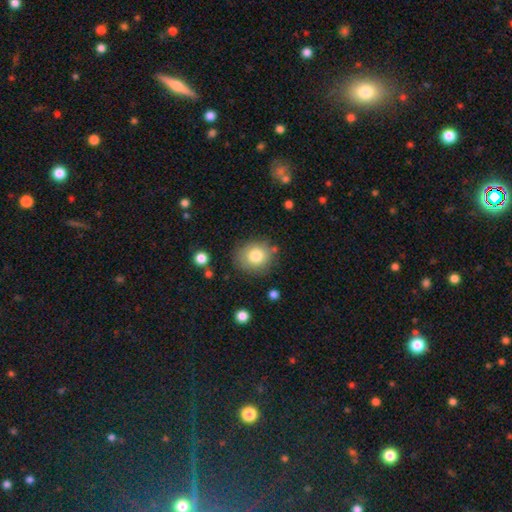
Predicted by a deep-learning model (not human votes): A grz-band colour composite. It shows a smooth galaxy with no disk features (80%) that is round (78%). Merging: none (80%).